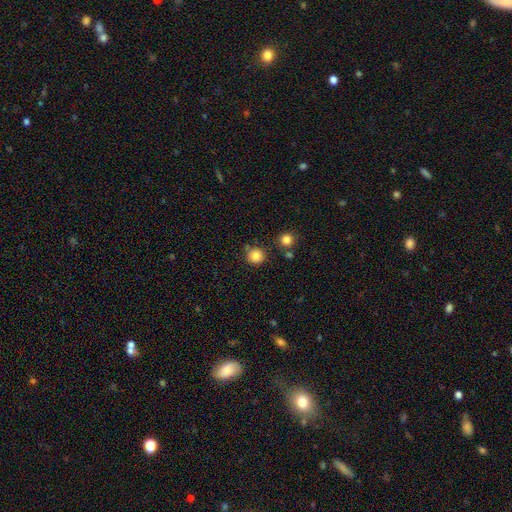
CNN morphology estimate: Smooth or featured?
  - smooth: 84% *
  - star or artifact: 11%
  - featured or disk: 5%
How rounded?
  - round: 92% *
  - in between: 7%
  - cigar-shaped: 1%
Merging?
  - none: 80% *
  - minor disturbance: 11%
  - merger: 6%
  - major disturbance: 3%